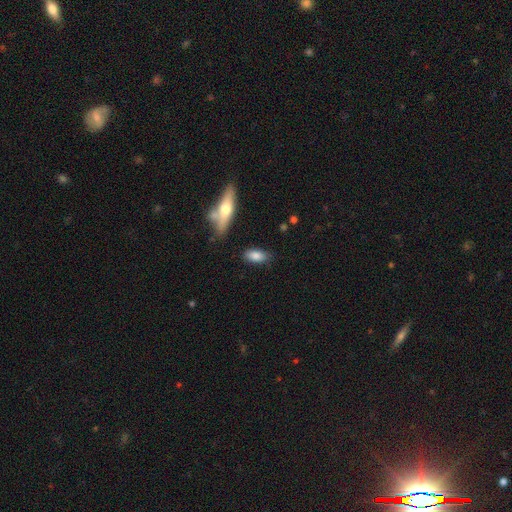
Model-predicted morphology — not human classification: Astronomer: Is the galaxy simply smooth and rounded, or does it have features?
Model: smooth — 81%.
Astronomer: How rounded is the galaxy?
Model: in between — 85%.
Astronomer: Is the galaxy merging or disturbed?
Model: none — 81%.